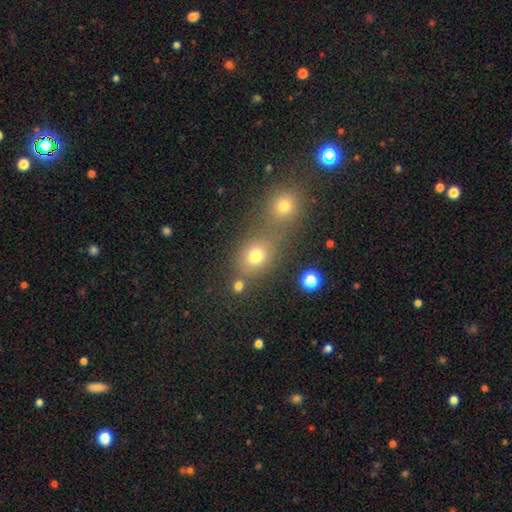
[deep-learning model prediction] A smooth galaxy with no disk features (74%) that is round (63%). Merging: none (52%).